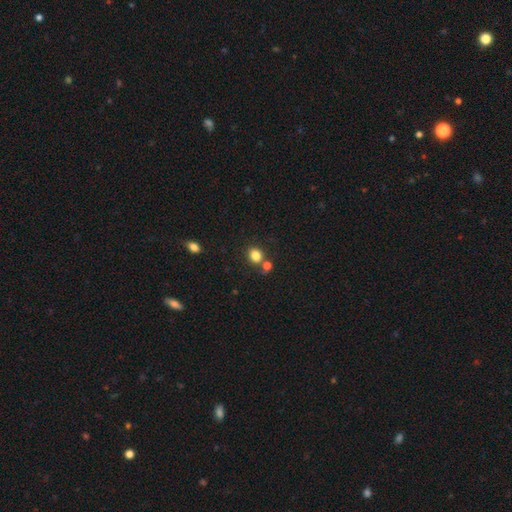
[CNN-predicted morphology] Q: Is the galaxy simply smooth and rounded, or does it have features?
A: smooth — 82%.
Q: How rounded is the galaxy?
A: round — 71%.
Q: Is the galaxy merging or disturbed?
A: none — 65%.